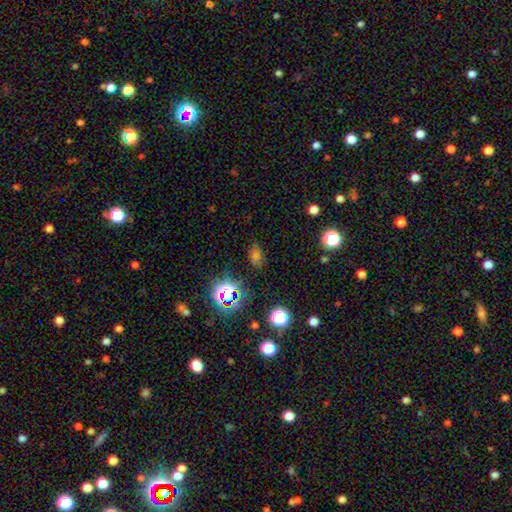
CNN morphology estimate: smooth-or-featured: smooth: 51% | star or artifact: 41% | featured or disk: 8%
  how-rounded: in between: 69% | round: 28% | cigar-shaped: 3%
  merging: none: 81% | minor disturbance: 12% | major disturbance: 4% | merger: 3%